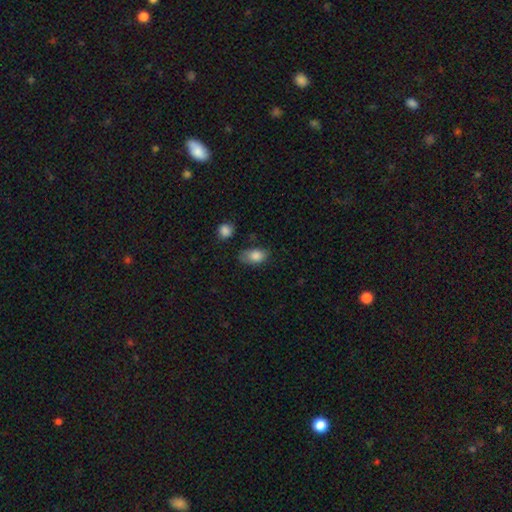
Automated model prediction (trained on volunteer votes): Morphology: type=smooth (83%); roundness=in between (88%); merging=none (58%).